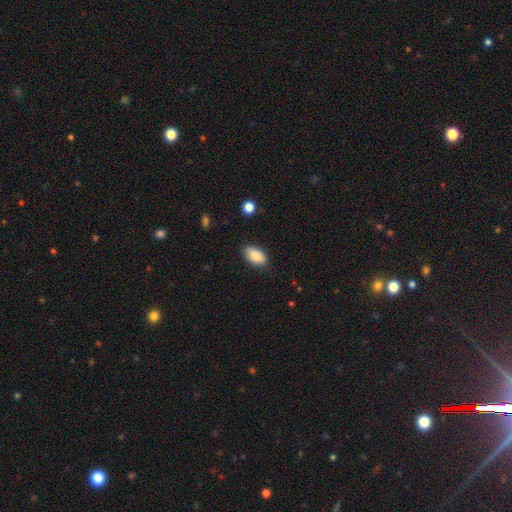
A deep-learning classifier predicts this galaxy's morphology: A smooth galaxy with no disk features (88%) that is in between round and cigar-shaped (93%).

Vote fractions:
- Smooth or featured? smooth: 88% / star or artifact: 7% / featured or disk: 5%
- How rounded? in between: 93% / round: 5% / cigar-shaped: 2%
- Merging? none: 81% / minor disturbance: 15% / major disturbance: 3% / merger: 1%